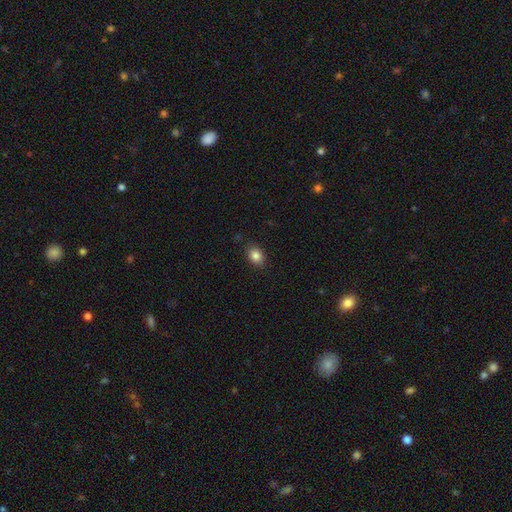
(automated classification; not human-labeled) A smooth galaxy with no disk features (85%) that is in between round and cigar-shaped (70%).

Vote fractions:
- Smooth or featured? smooth: 85% / star or artifact: 9% / featured or disk: 6%
- How rounded? in between: 70% / round: 29% / cigar-shaped: 1%
- Merging? none: 85% / minor disturbance: 11% / major disturbance: 3% / merger: 1%